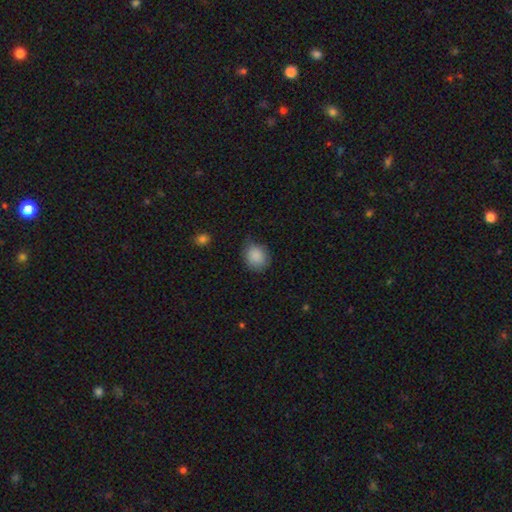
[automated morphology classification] smooth_or_featured: smooth (p=0.88) [alt: star or artifact p=0.08]
how_rounded: round (p=0.70) [alt: in between p=0.29]
merging: none (p=0.75) [alt: minor disturbance p=0.19]